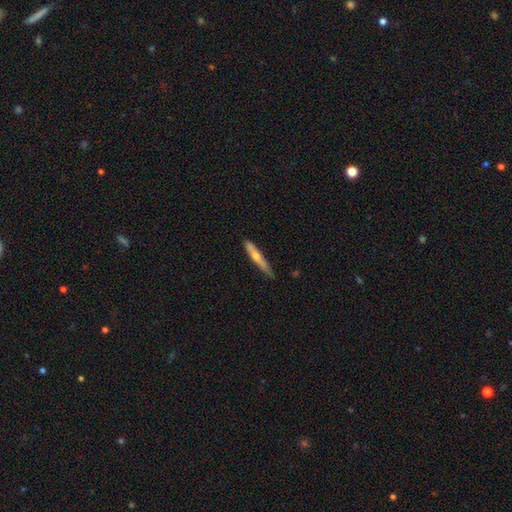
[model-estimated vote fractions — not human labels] Smooth or featured: smooth — 50% (featured or disk — 44%)
Merging: none — 77% (minor disturbance — 19%)